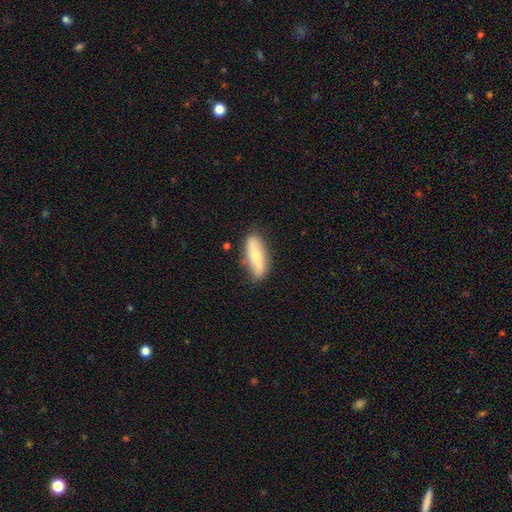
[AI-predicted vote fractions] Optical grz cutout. It shows a smooth galaxy with no disk features (61%) that is in between round and cigar-shaped (53%). Merging: none (78%).